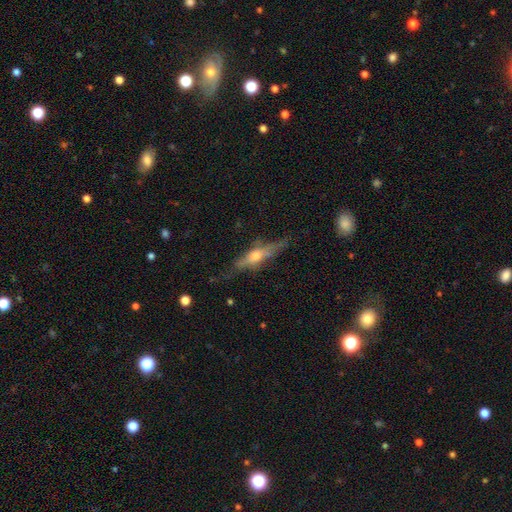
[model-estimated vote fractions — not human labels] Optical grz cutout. It shows a featured or disk galaxy (64%) viewed edge-on (89%) with a rounded central bulge (86%). Merging: none (66%).